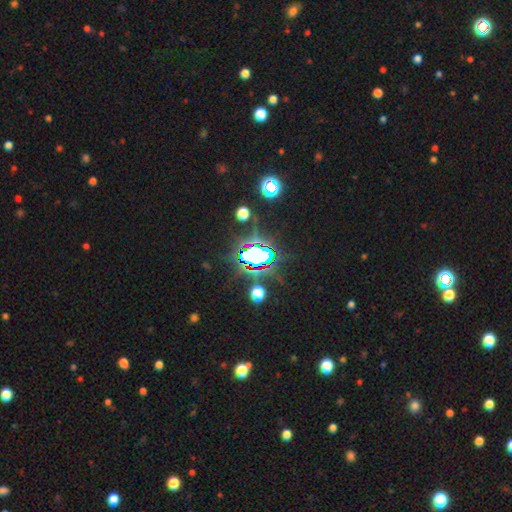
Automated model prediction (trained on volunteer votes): Smooth or featured? Predicted: star or artifact (p=0.68).